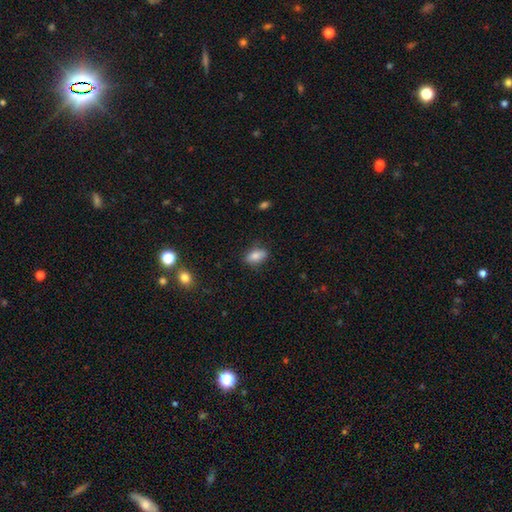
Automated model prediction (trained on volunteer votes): A smooth galaxy with no disk features (83%) that is in between round and cigar-shaped (88%).

Vote fractions:
- Smooth or featured? smooth: 83% / star or artifact: 9% / featured or disk: 8%
- How rounded? in between: 88% / round: 8% / cigar-shaped: 5%
- Merging? none: 79% / minor disturbance: 16% / major disturbance: 3% / merger: 1%